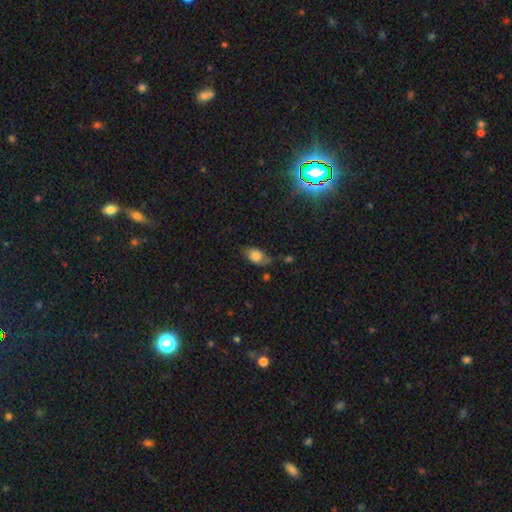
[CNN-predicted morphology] Smooth or featured: smooth — 73% (featured or disk — 17%)
How rounded: in between — 83% (round — 13%)
Merging: none — 60% (minor disturbance — 28%)